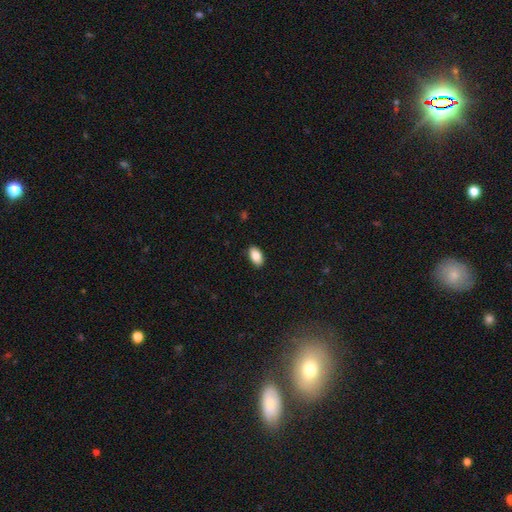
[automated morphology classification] A smooth galaxy with no disk features (87%) that is in between round and cigar-shaped (94%). Merging: none (88%).